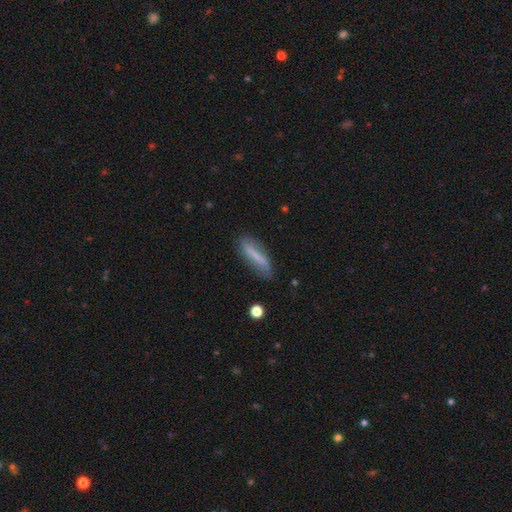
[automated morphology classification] A smooth galaxy with no disk features (64%) that is cigar-shaped (75%). Merging: none (74%).